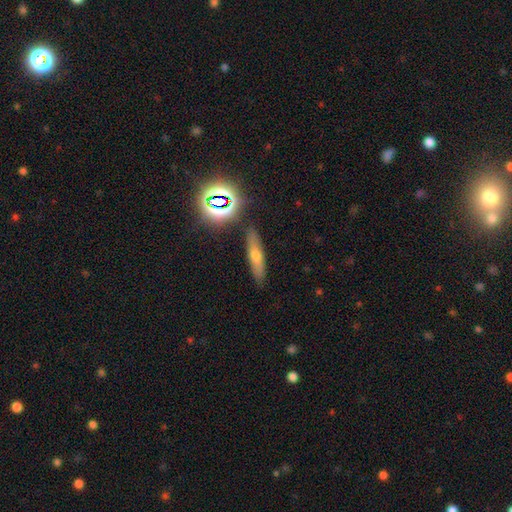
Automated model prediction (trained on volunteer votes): A featured or disk galaxy (40%). Merging: none (88%).